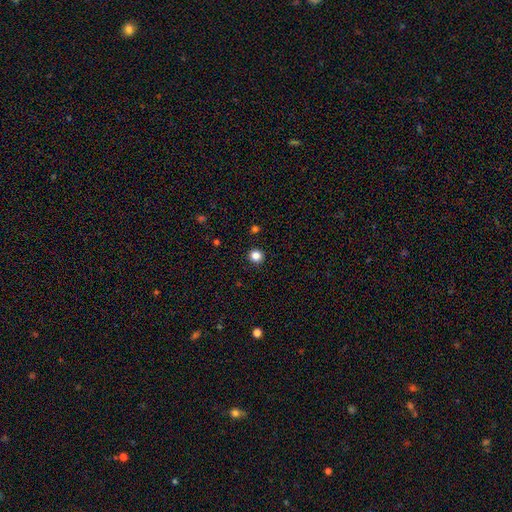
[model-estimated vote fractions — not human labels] smooth_or_featured: smooth (p=0.84) [alt: star or artifact p=0.12]
how_rounded: round (p=0.94) [alt: in between p=0.05]
merging: none (p=0.93) [alt: minor disturbance p=0.04]